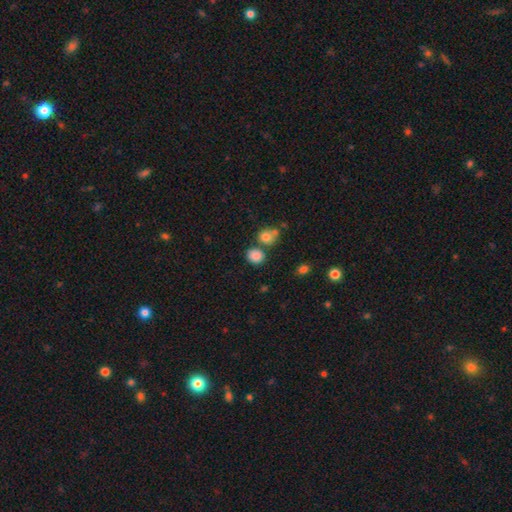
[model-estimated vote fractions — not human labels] Smooth or featured: smooth — 84% (star or artifact — 11%)
How rounded: round — 68% (in between — 31%)
Merging: none — 67% (merger — 18%)